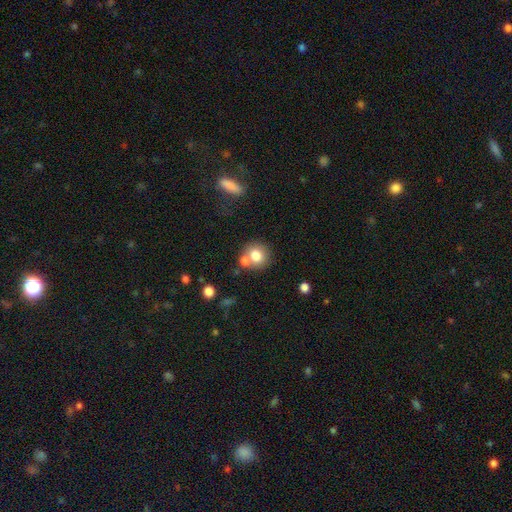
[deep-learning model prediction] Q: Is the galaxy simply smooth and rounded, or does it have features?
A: smooth — 76%.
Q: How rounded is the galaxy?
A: round — 84%.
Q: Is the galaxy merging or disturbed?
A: none — 56%.